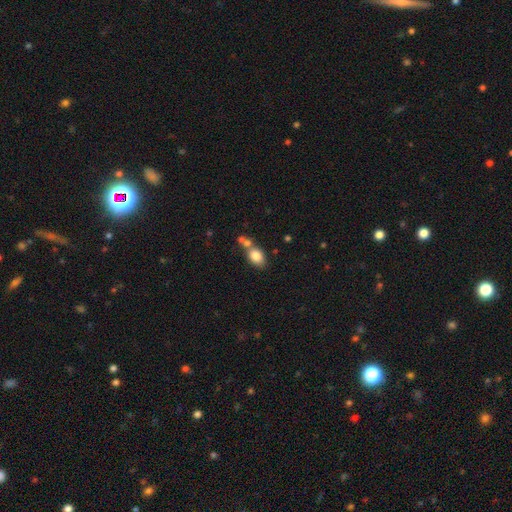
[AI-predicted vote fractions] This appears to be a smooth galaxy with no disk features (80%) that is in between round and cigar-shaped (75%). Merging: none (47%).